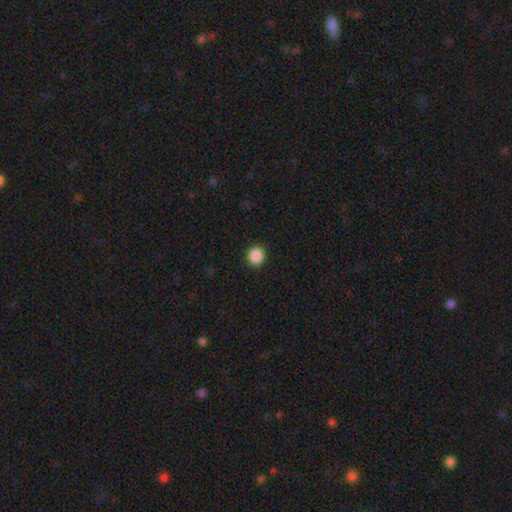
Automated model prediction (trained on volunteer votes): This is clearly a smooth galaxy (88%). How rounded: clearly round (88%). Merging: clearly none (92%).